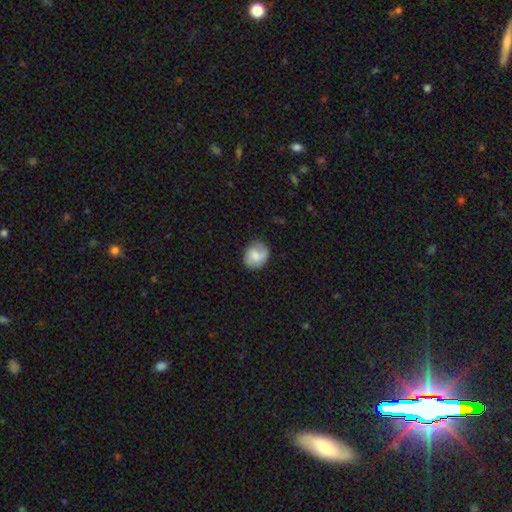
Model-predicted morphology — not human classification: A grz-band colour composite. It shows a smooth galaxy with no disk features (58%) that is round (69%). Merging: none (78%).